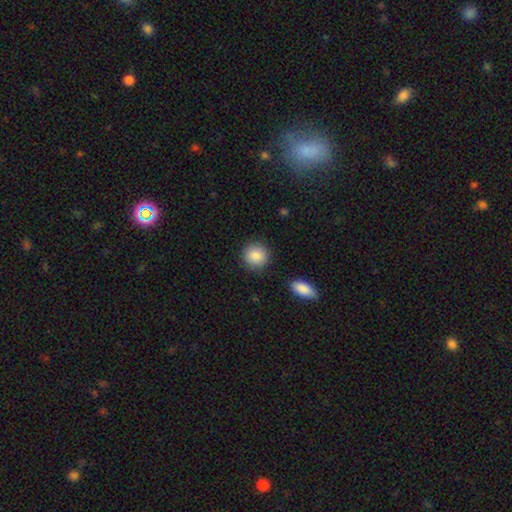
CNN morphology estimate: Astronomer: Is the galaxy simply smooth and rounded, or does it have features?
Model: smooth — 89%.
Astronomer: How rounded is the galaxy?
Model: round — 89%.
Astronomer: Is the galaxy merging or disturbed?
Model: none — 88%.